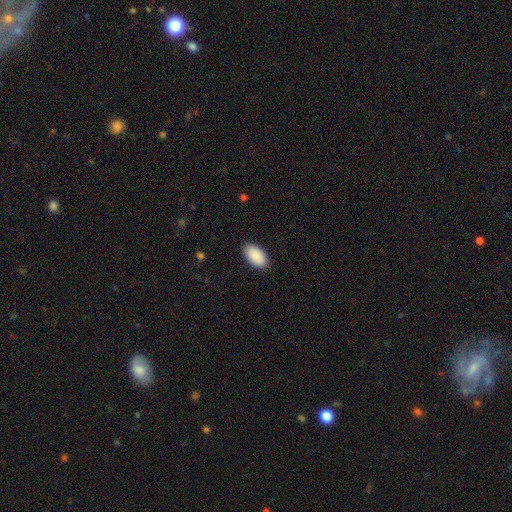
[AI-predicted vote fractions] Smooth or featured? smooth (91%)
How rounded? in between (95%)
Merging? none (88%)